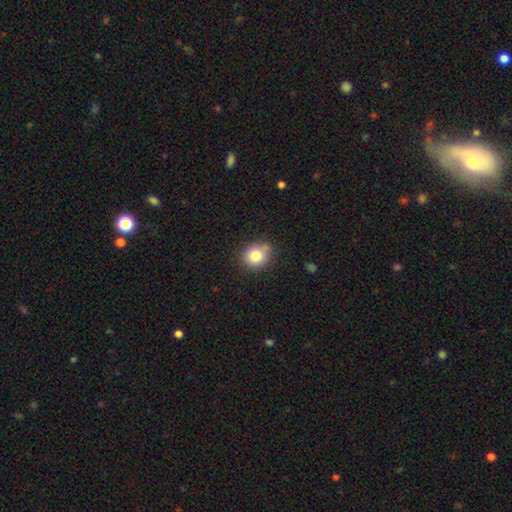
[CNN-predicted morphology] Smooth or featured? smooth (81%)
How rounded? round (71%)
Merging? none (72%)